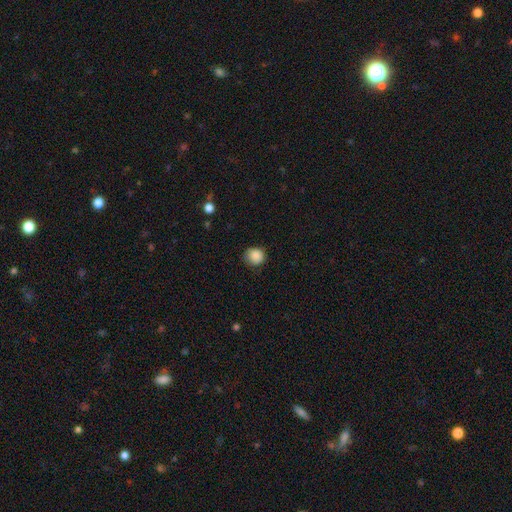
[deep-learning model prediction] Morphology: type=smooth (87%); roundness=round (84%); merging=none (75%).